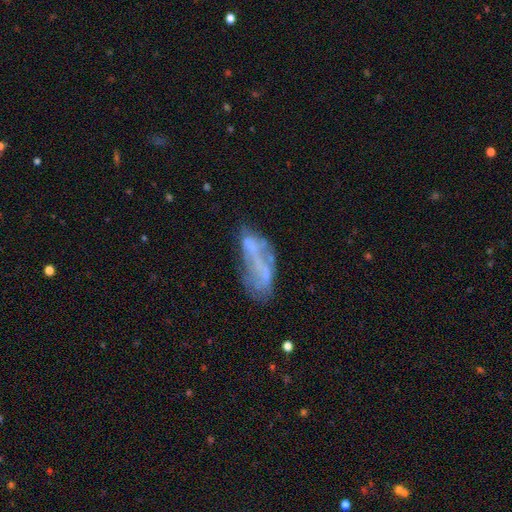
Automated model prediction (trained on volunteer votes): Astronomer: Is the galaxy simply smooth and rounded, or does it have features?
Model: featured or disk — 55% (runner-up: smooth, 32%).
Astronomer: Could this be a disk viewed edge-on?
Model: no — 88%.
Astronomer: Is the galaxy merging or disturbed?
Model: none — 45% (runner-up: minor disturbance, 25%).